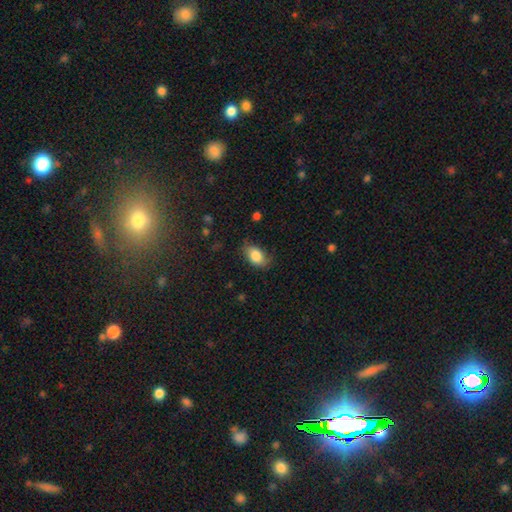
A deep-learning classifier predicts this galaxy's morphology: The model was most divided on "merging": none: 72%, minor disturbance: 22%, major disturbance: 5%, merger: 1%. More confident: how rounded — in between (88%); smooth or featured — smooth (83%).